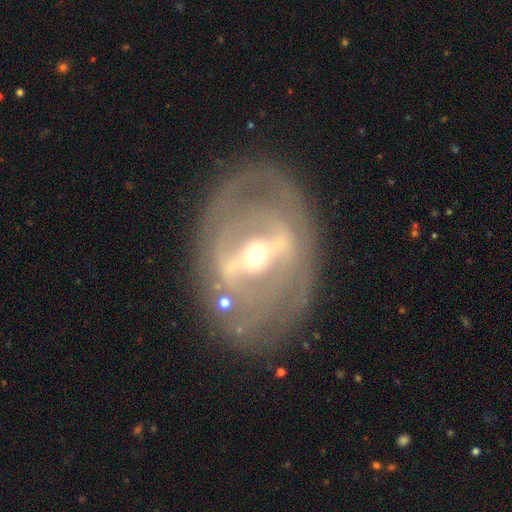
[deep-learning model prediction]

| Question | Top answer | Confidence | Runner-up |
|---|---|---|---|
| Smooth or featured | featured or disk | 83% | smooth (11%) |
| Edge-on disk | no | 87% | yes (13%) |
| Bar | strong | 77% | weak (16%) |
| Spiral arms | no | 57% | yes (43%) |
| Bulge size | moderate | 48% | small (45%) |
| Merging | none | 78% | minor disturbance (12%) |